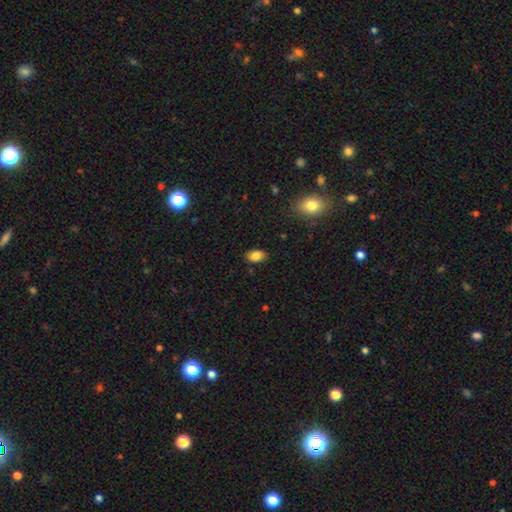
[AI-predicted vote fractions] Morphology: type=smooth (85%); roundness=in between (87%); merging=none (84%).